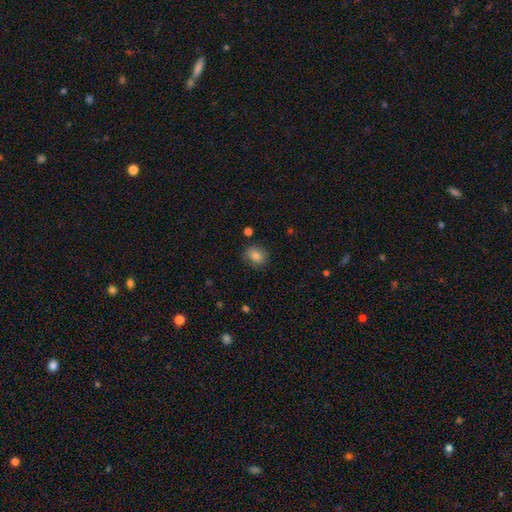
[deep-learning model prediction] Smooth or featured? smooth (81%)
How rounded? round (56%)
Merging? none (80%)